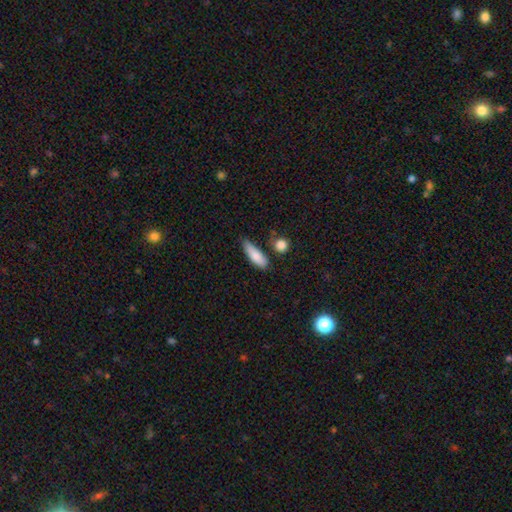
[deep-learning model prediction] Morphology: type=smooth (82%); roundness=cigar-shaped (49%); merging=none (65%).